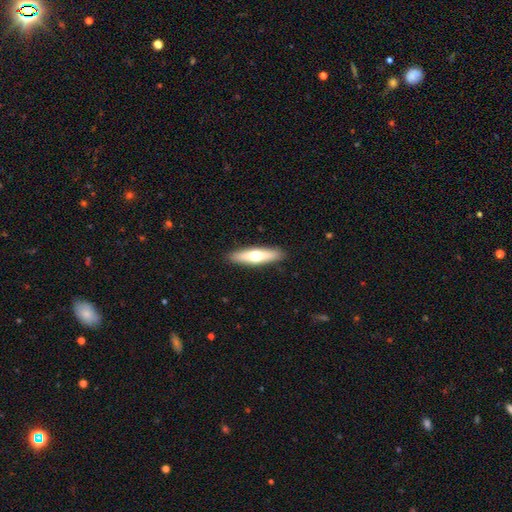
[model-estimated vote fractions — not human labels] Smooth or featured? smooth (54%)
How rounded? cigar-shaped (71%)
Merging? none (90%)